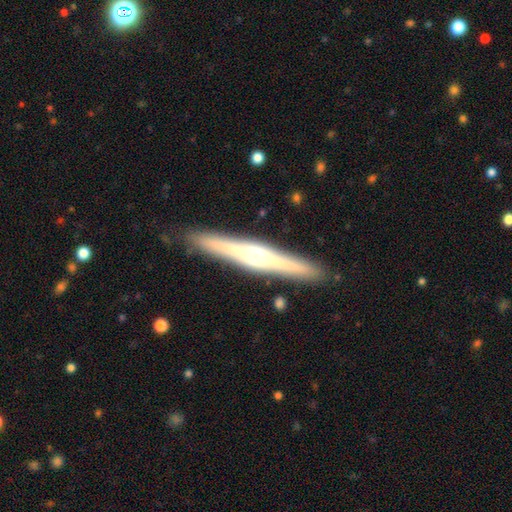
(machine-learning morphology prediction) Smooth or featured? featured or disk (70%)
Edge-on disk? yes (97%)
Edge-on bulge? rounded (82%)
Merging? none (90%)